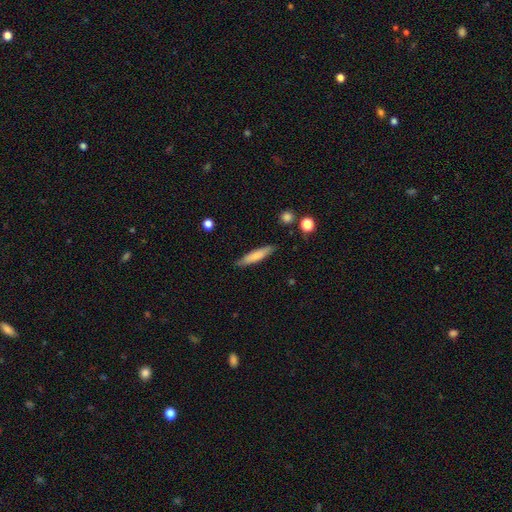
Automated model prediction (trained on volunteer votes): smooth-or-featured: smooth: 75% | featured or disk: 19% | star or artifact: 6%
  how-rounded: cigar-shaped: 85% | in between: 14% | round: 1%
  merging: none: 85% | minor disturbance: 12% | major disturbance: 2% | merger: 2%